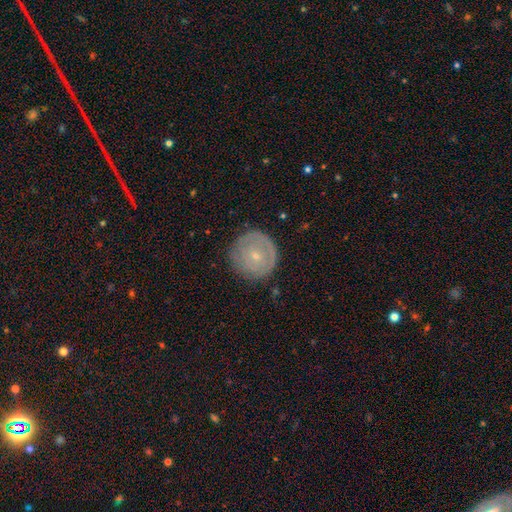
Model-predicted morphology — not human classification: Q: Smooth or featured?
A: featured or disk (46%); tied with: smooth (46%)
Q: Merging?
A: none (81%); runner-up: minor disturbance (14%)